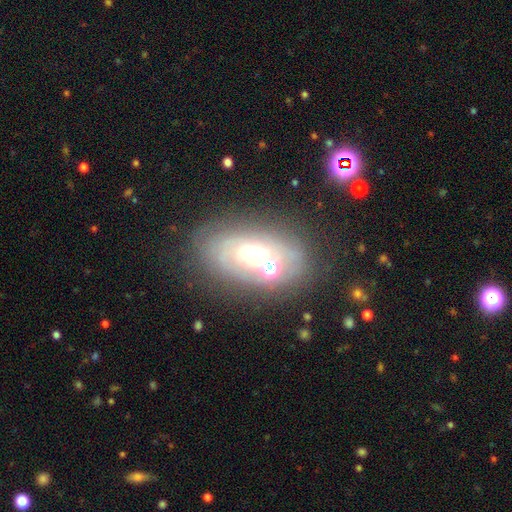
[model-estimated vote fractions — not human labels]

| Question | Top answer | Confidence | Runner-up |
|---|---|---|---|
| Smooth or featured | featured or disk | 57% | smooth (26%) |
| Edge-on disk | no | 91% | yes (9%) |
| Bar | no | 82% | weak (13%) |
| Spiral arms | no | 59% | yes (41%) |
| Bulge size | moderate | 57% | large (21%) |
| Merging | none | 55% | minor disturbance (17%) |